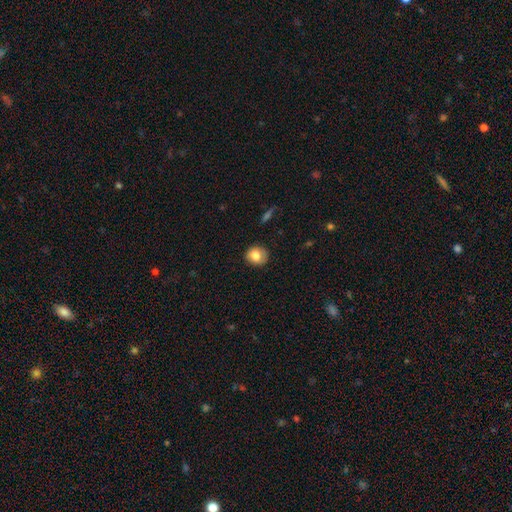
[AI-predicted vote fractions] smooth_or_featured: smooth (p=0.78) [alt: featured or disk p=0.14]
how_rounded: round (p=0.84) [alt: in between p=0.15]
merging: none (p=0.85) [alt: minor disturbance p=0.11]